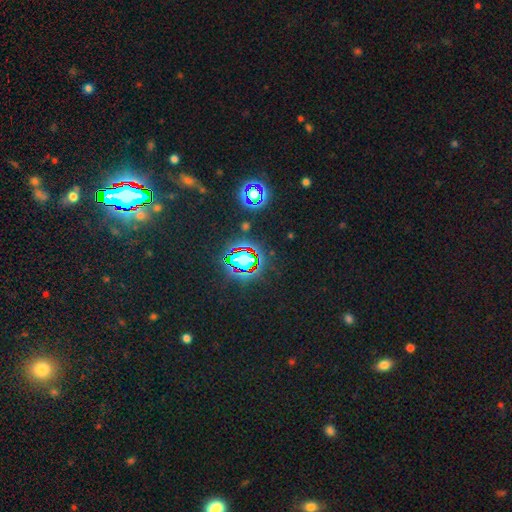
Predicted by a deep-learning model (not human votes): star or artifact 82%, smooth 11%, featured or disk 7%.